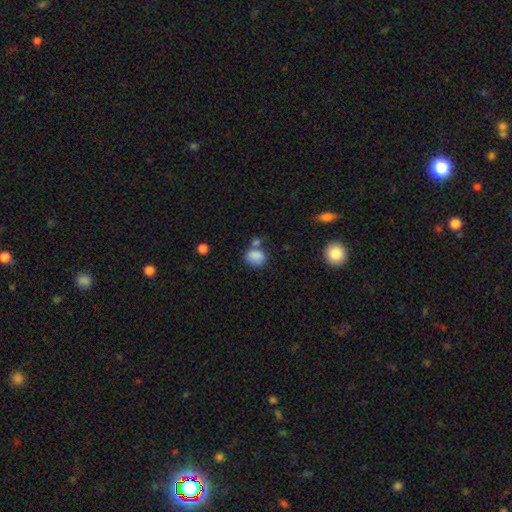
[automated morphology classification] A smooth galaxy with no disk features (84%) that is in between round and cigar-shaped (52%). Merging: none (52%).